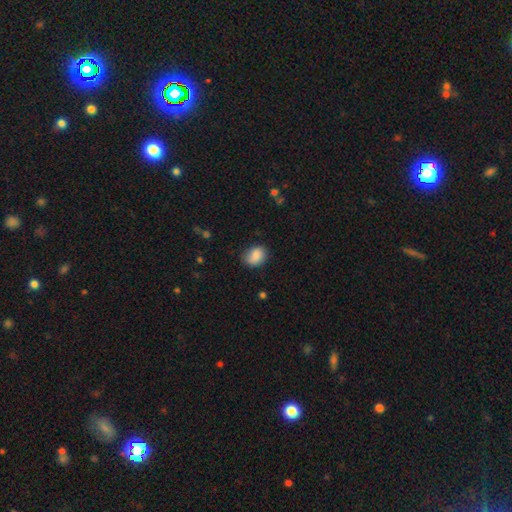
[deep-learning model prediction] Overall: smooth (83%). How rounded: in between (59%; round 40%). Merging: none (74%).